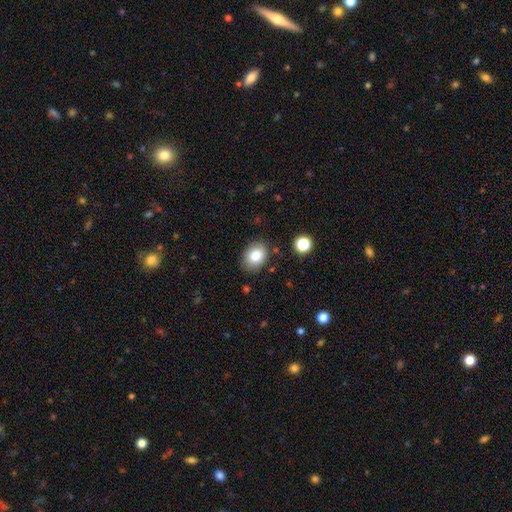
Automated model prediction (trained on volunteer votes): smooth 84%, star or artifact 9%, featured or disk 7%. Down the decision tree: how rounded — in between (65%); merging — none (82%).